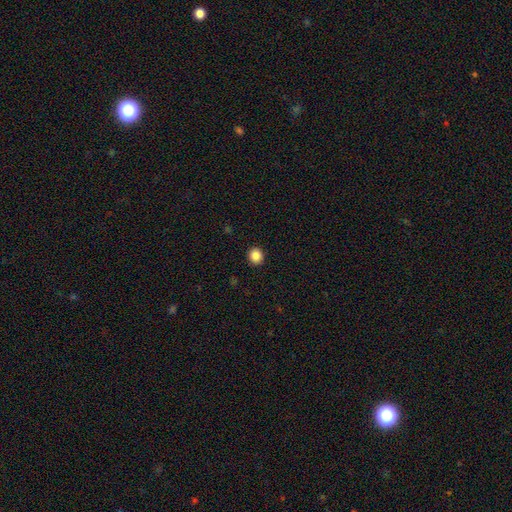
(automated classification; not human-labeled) This is clearly a smooth galaxy (86%). How rounded: clearly round (89%). Merging: clearly none (93%).